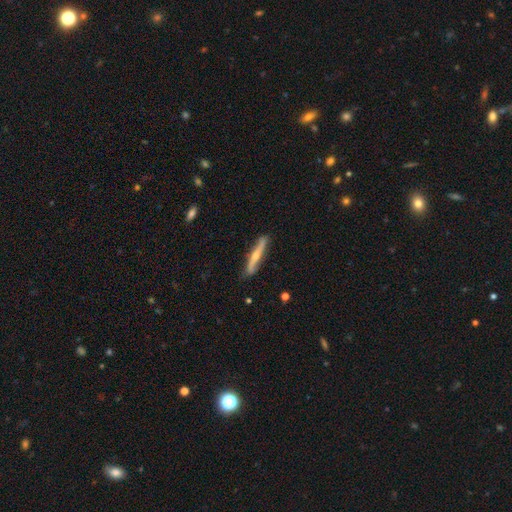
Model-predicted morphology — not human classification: type=featured or disk (61%); edge-on=yes (84%); edge-on bulge=rounded (84%); merging=none (83%).